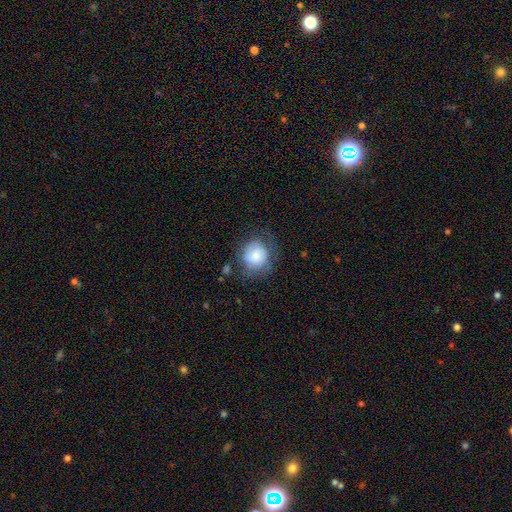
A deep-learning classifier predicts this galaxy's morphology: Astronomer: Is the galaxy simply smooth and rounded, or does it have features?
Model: smooth — 75%.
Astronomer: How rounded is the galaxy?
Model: round — 80%.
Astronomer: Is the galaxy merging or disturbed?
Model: none — 63%.